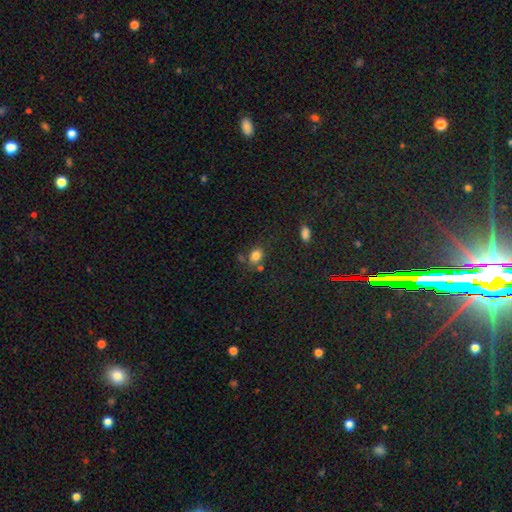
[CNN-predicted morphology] Q: Smooth or featured?
A: smooth (80%); runner-up: star or artifact (13%)
Q: How rounded?
A: in between (58%); runner-up: round (41%)
Q: Merging?
A: none (65%); runner-up: minor disturbance (16%)